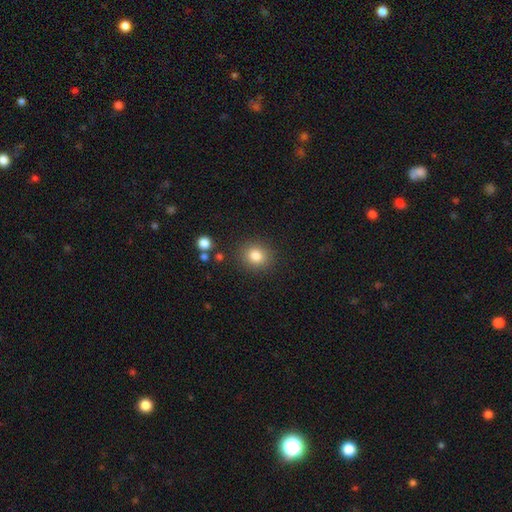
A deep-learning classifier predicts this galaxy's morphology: A smooth galaxy with no disk features (82%) that is round (81%). Merging: none (87%).